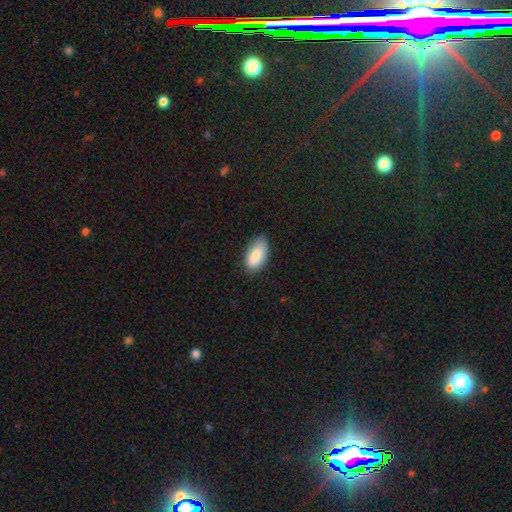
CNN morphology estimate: smooth 86%, featured or disk 8%, star or artifact 6%. Down the decision tree: how rounded — in between (94%); merging — none (75%).